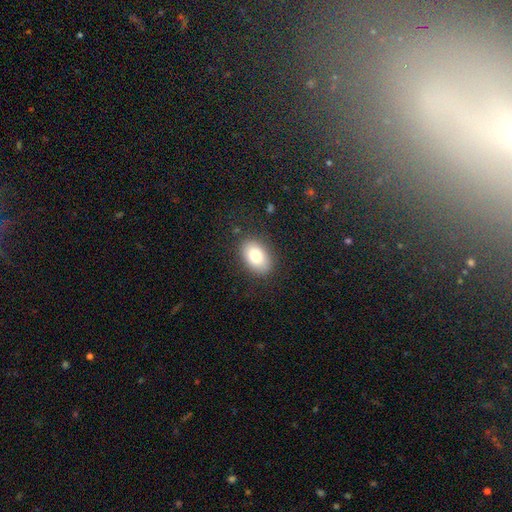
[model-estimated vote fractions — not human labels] smooth_or_featured: smooth (p=0.80) [alt: featured or disk p=0.12]
how_rounded: in between (p=0.88) [alt: round p=0.11]
merging: none (p=0.85) [alt: minor disturbance p=0.10]